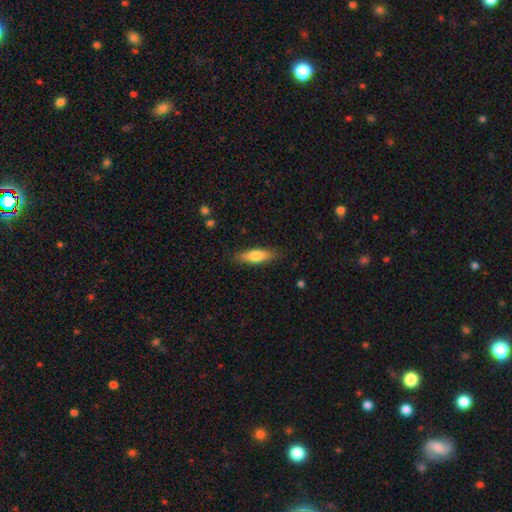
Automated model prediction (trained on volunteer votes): Smooth or featured?
  - smooth: 72% *
  - featured or disk: 22%
  - star or artifact: 6%
How rounded?
  - cigar-shaped: 51% *
  - in between: 47%
  - round: 2%
Merging?
  - none: 84% *
  - minor disturbance: 12%
  - major disturbance: 3%
  - merger: 1%